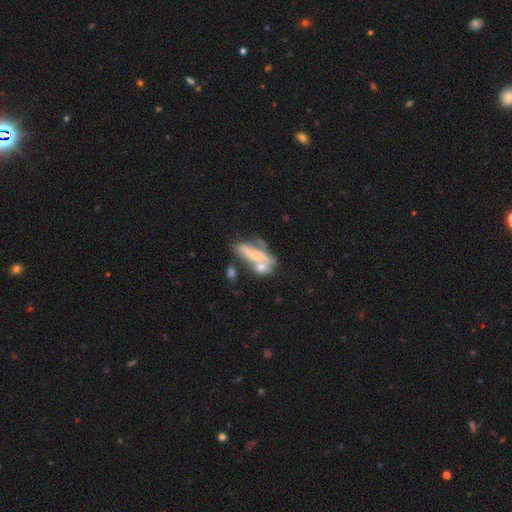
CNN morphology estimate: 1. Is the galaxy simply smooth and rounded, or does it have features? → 60% featured or disk, 31% smooth, 9% star or artifact.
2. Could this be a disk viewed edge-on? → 83% no, 17% yes.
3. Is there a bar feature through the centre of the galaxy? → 67% no, 20% weak, 13% strong.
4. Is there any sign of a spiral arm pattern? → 62% no, 38% yes.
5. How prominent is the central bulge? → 48% small, 38% moderate, 9% none, 3% large, 2% dominant.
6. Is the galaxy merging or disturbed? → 51% merger, 21% none, 14% major disturbance, 13% minor disturbance.